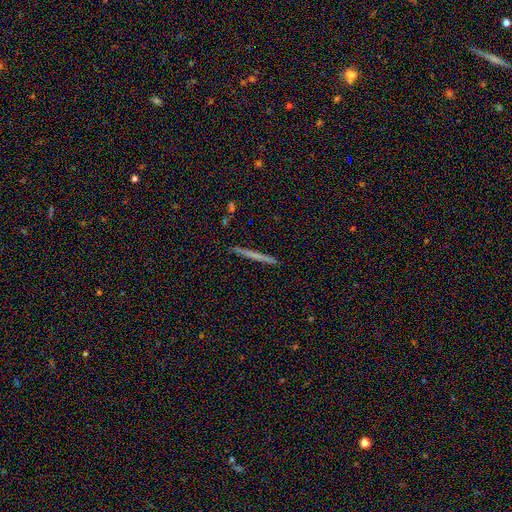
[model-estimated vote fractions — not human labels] Smooth or featured? Predicted: smooth (p=0.56). How rounded? Predicted: cigar-shaped (p=0.96). Merging? Predicted: none (p=0.92).